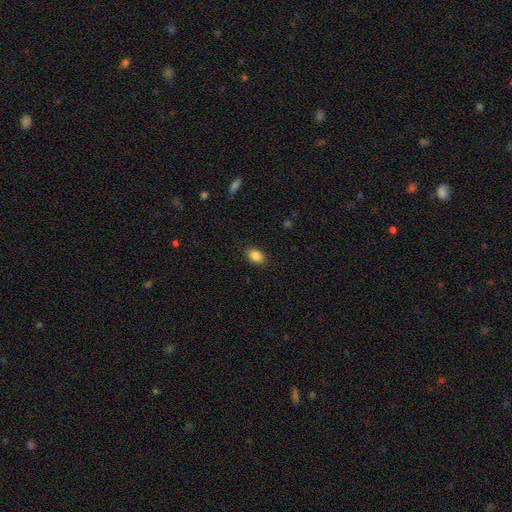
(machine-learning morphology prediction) Q: Smooth or featured?
A: smooth (87%); runner-up: star or artifact (8%)
Q: How rounded?
A: in between (85%); runner-up: round (13%)
Q: Merging?
A: none (88%); runner-up: minor disturbance (9%)